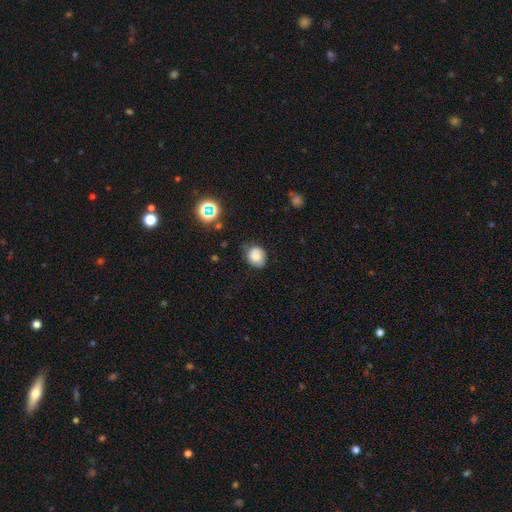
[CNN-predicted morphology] Q: Smooth or featured?
A: smooth (76%); runner-up: featured or disk (13%)
Q: How rounded?
A: round (65%); runner-up: in between (34%)
Q: Merging?
A: none (70%); runner-up: minor disturbance (23%)